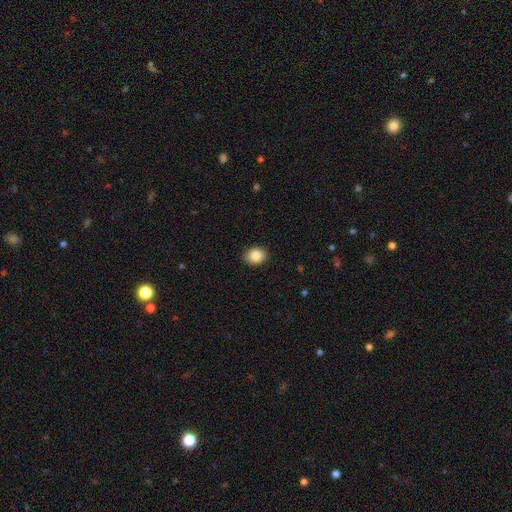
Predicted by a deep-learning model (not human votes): Overall: smooth (88%). How rounded: in between (60%; round 39%). Merging: none (89%).